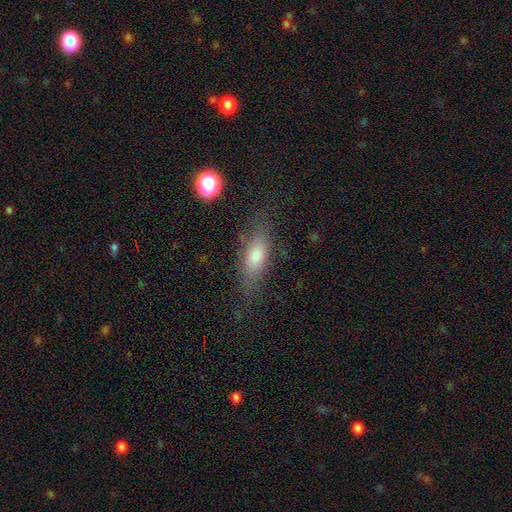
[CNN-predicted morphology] type=smooth (72%); roundness=in between (64%); merging=none (74%).